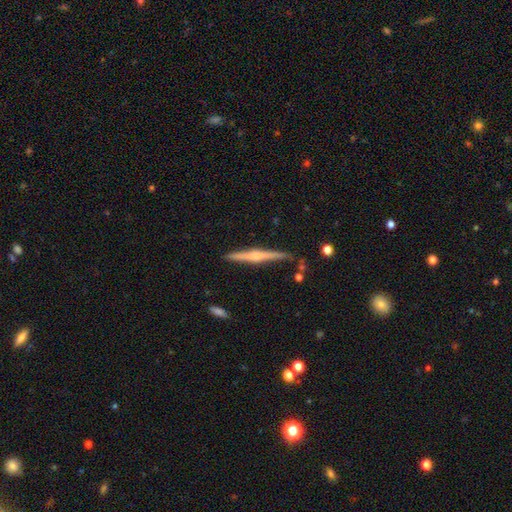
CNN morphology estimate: Smooth or featured?
  - featured or disk: 70% *
  - smooth: 24%
  - star or artifact: 6%
Edge-on disk?
  - yes: 98% *
  - no: 2%
Edge-on bulge?
  - rounded: 79% *
  - none: 12%
  - boxy: 9%
Merging?
  - none: 84% *
  - minor disturbance: 11%
  - merger: 3%
  - major disturbance: 2%